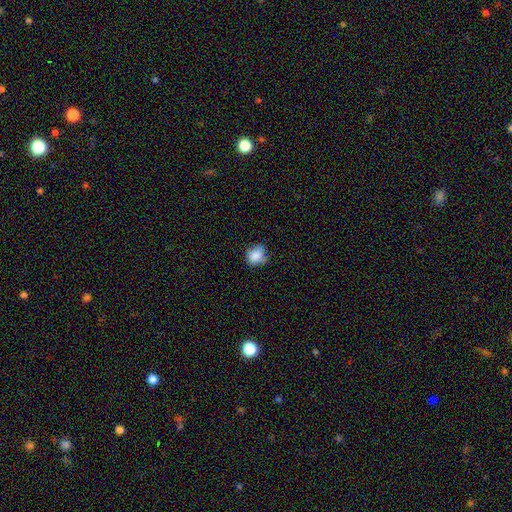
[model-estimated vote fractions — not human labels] smooth-or-featured: smooth: 85% | star or artifact: 9% | featured or disk: 7%
  how-rounded: round: 69% | in between: 30% | cigar-shaped: 1%
  merging: none: 62% | minor disturbance: 30% | major disturbance: 6% | merger: 2%